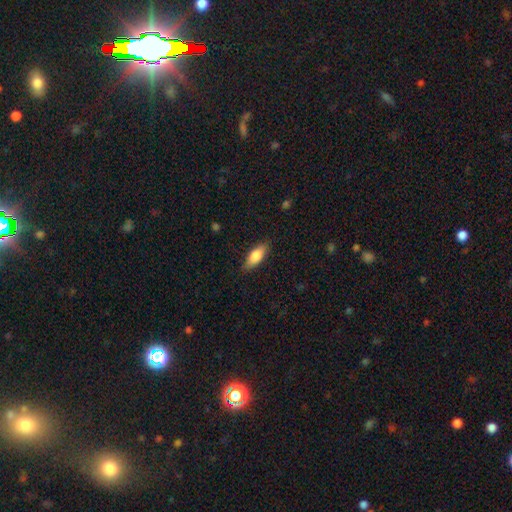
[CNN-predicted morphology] smooth_or_featured: smooth (p=0.79) [alt: featured or disk p=0.15]
how_rounded: in between (p=0.75) [alt: cigar-shaped p=0.23]
merging: none (p=0.85) [alt: minor disturbance p=0.11]